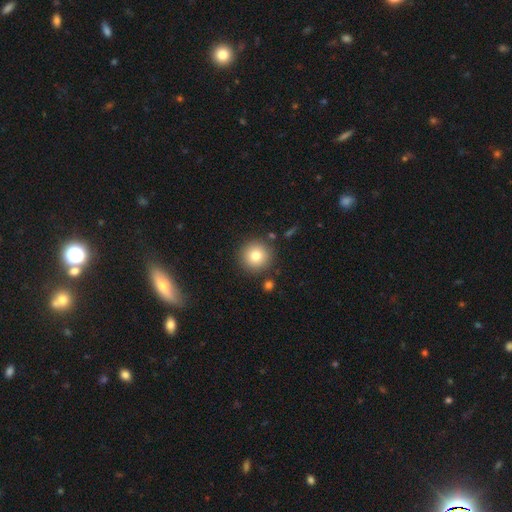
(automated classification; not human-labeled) Smooth or featured?
  - smooth: 79% *
  - star or artifact: 11%
  - featured or disk: 10%
How rounded?
  - round: 95% *
  - in between: 4%
  - cigar-shaped: 1%
Merging?
  - none: 88% *
  - minor disturbance: 6%
  - merger: 4%
  - major disturbance: 2%